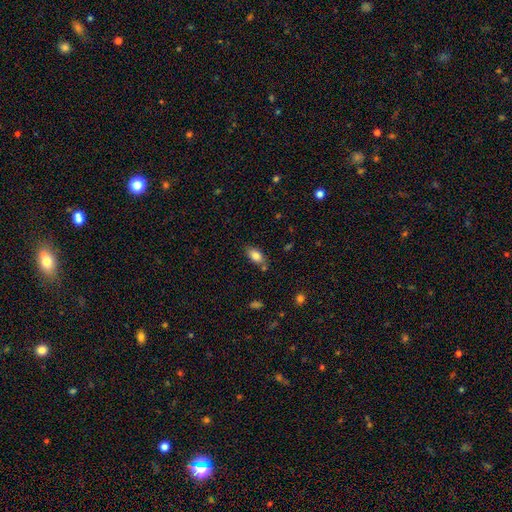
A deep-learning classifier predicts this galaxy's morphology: Smooth or featured? Predicted: smooth (p=0.81). How rounded? Predicted: in between (p=0.90). Merging? Predicted: none (p=0.74).